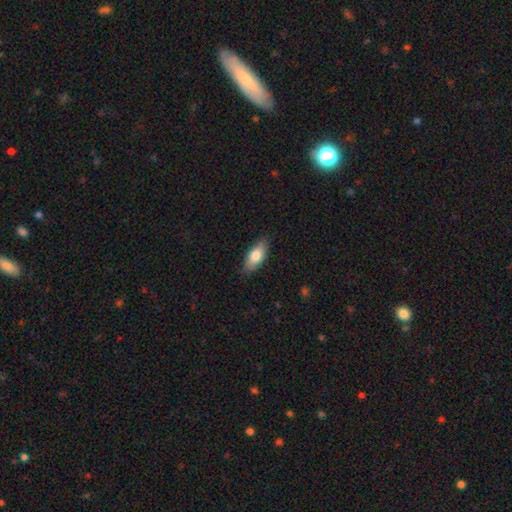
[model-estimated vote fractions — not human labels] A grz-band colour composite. It shows a smooth galaxy with no disk features (76%) that is in between round and cigar-shaped (81%). Merging: none (85%).